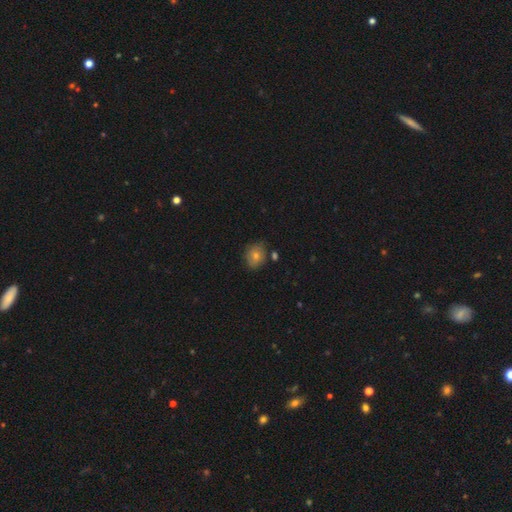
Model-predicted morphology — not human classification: type=smooth (68%); roundness=round (67%); merging=none (78%).